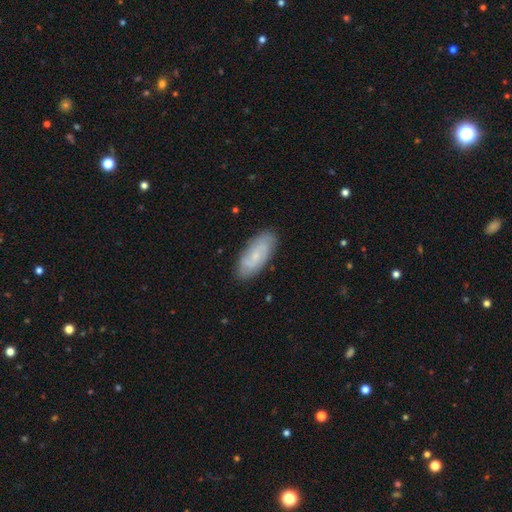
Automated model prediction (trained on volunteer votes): The model was most divided on "smooth or featured": featured or disk: 57%, smooth: 36%, star or artifact: 7%. More confident: edge-on disk — no (91%); spiral arms — yes (85%); merging — none (83%); bulge size — small (73%); bar — no (61%).